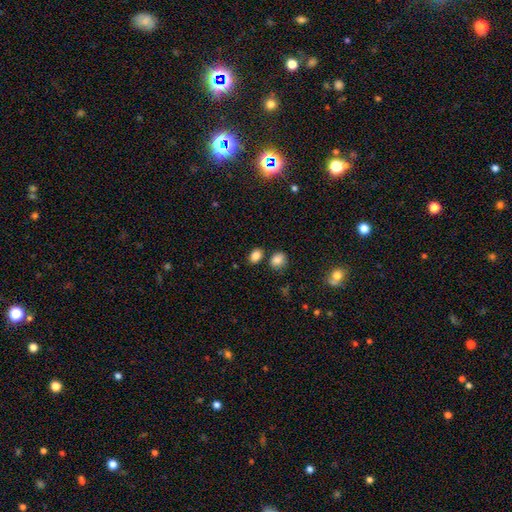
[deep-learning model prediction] smooth_or_featured: smooth (p=0.85) [alt: star or artifact p=0.10]
how_rounded: in between (p=0.70) [alt: round p=0.29]
merging: none (p=0.75) [alt: merger p=0.11]